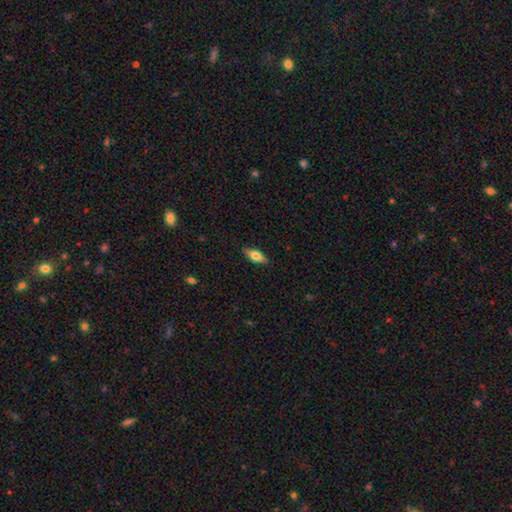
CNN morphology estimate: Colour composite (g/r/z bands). It shows a smooth galaxy with no disk features (69%) that is in between round and cigar-shaped (75%). Merging: none (88%).